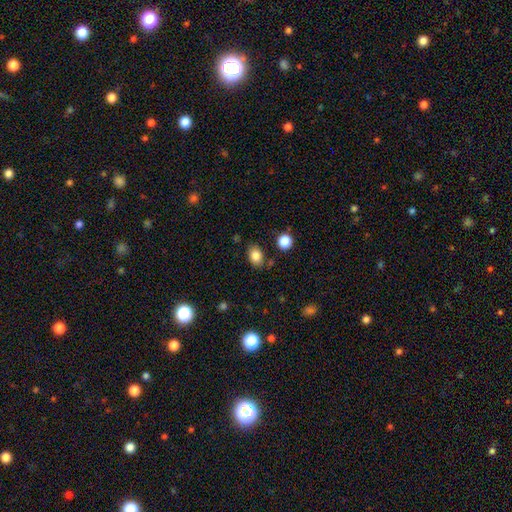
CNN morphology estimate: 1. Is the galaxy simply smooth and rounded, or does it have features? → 84% smooth, 10% star or artifact, 7% featured or disk.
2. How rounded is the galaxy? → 77% in between, 22% round, 1% cigar-shaped.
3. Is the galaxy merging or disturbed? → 81% none, 12% minor disturbance, 4% merger, 3% major disturbance.